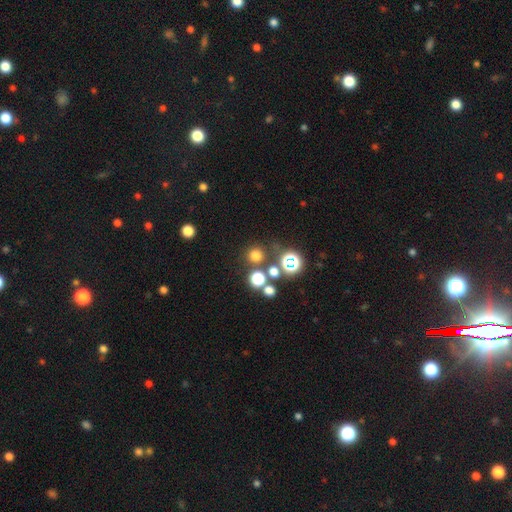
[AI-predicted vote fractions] This appears to be a smooth galaxy with no disk features (69%) that is round (93%). Merging: none (77%).